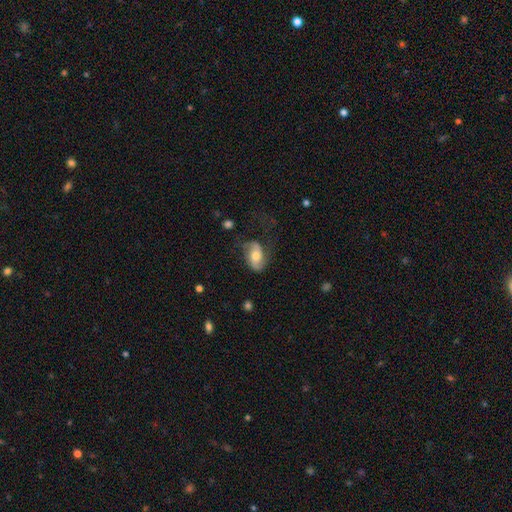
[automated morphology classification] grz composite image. It shows a featured or disk galaxy (58%) with no bar (59%), spiral arms (86%) and a moderate central bulge (67%). Merging: none (54%).